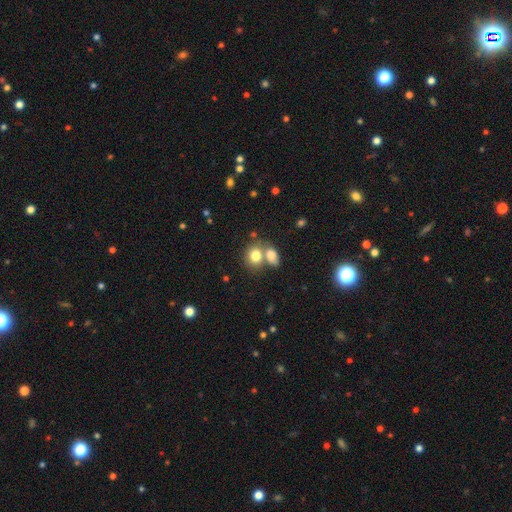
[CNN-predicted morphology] type=smooth (80%); roundness=round (54%); merging=merger (47%).